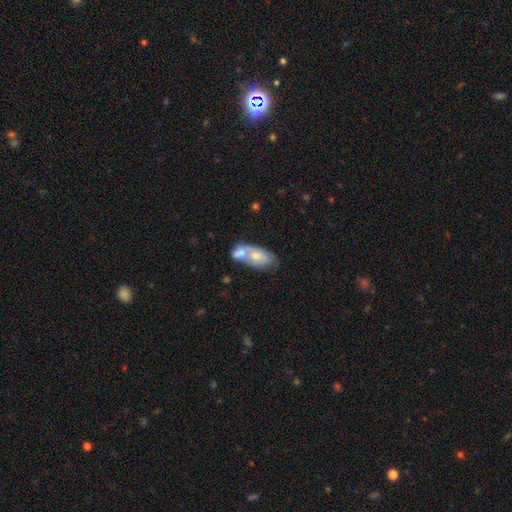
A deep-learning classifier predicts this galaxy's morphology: Q: Smooth or featured?
A: smooth (66%); runner-up: featured or disk (28%)
Q: How rounded?
A: in between (89%); runner-up: round (6%)
Q: Merging?
A: merger (64%); runner-up: none (21%)